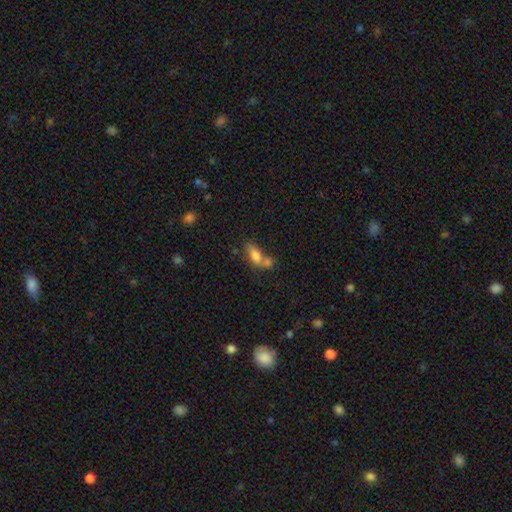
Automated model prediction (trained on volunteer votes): Smooth or featured?
  - smooth: 72% *
  - featured or disk: 18%
  - star or artifact: 10%
How rounded?
  - in between: 79% *
  - cigar-shaped: 12%
  - round: 9%
Merging?
  - merger: 55% *
  - none: 27%
  - minor disturbance: 11%
  - major disturbance: 6%